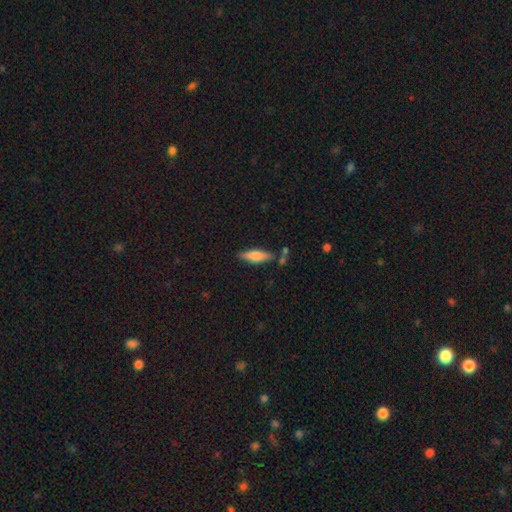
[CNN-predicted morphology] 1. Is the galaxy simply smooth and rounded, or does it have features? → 71% smooth, 22% featured or disk, 7% star or artifact.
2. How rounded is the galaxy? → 53% cigar-shaped, 45% in between, 2% round.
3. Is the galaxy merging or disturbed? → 74% none, 16% minor disturbance, 7% merger, 4% major disturbance.